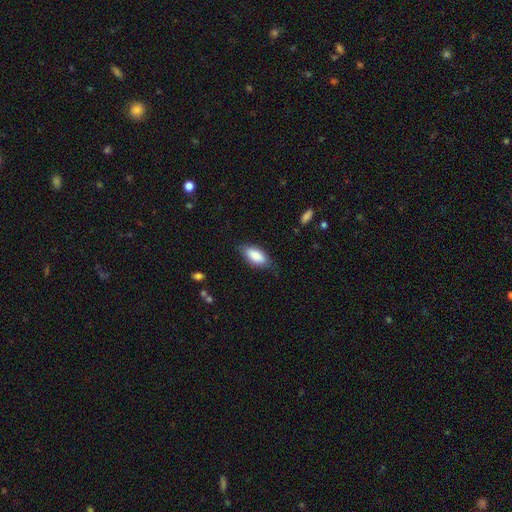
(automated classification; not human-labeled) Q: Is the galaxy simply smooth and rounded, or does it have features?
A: smooth — 84%.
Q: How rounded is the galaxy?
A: in between — 87%.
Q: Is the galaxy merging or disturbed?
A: none — 75%.